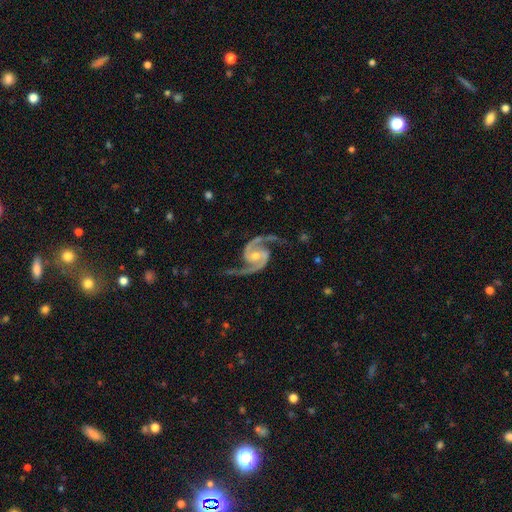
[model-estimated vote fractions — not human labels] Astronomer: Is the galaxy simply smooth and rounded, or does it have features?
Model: featured or disk — 94%.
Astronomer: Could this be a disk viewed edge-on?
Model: no — 98%.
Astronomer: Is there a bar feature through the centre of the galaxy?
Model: no — 49% (runner-up: weak, 37%).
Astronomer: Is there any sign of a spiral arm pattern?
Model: yes — 99%.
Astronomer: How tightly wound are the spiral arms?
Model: medium — 60%.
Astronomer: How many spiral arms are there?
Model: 2 — 95%.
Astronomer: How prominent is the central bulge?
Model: moderate — 49% (runner-up: small, 46%).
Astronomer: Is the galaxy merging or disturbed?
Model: none — 78%.